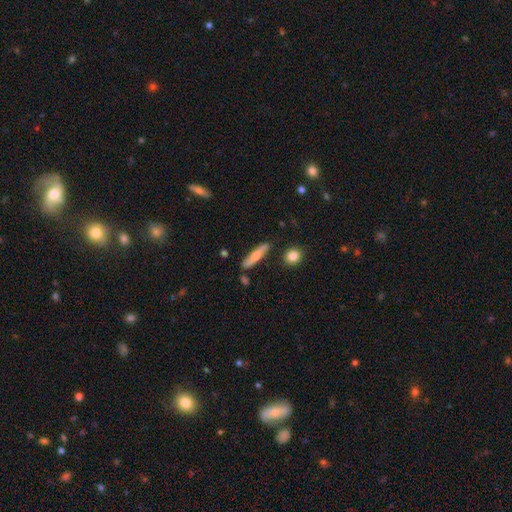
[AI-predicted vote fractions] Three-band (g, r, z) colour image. It shows a smooth galaxy with no disk features (57%) that is cigar-shaped (80%). Merging: none (83%).